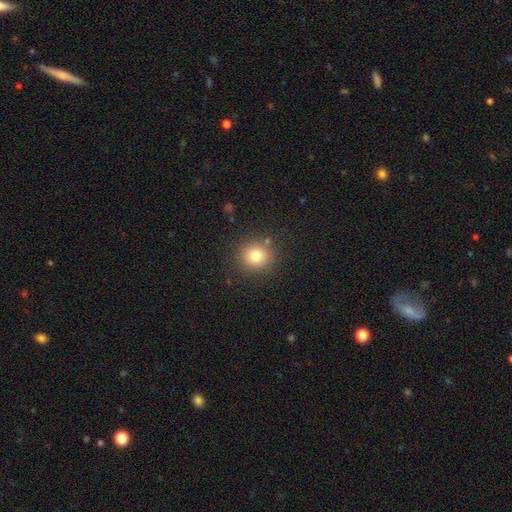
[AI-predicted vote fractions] Smooth or featured: smooth — 79% (star or artifact — 13%)
How rounded: round — 89% (in between — 10%)
Merging: none — 86% (minor disturbance — 9%)